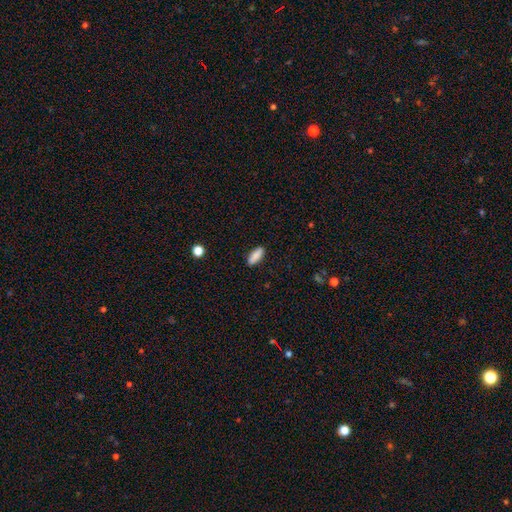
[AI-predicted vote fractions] This is clearly a smooth galaxy (86%). How rounded: likely in between (75%). Merging: clearly none (88%).